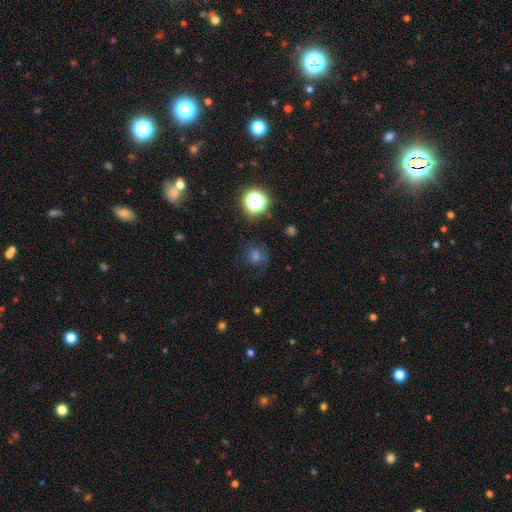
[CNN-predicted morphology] smooth 50%, star or artifact 36%, featured or disk 14%. Down the decision tree: how rounded — round (79%); merging — none (72%).